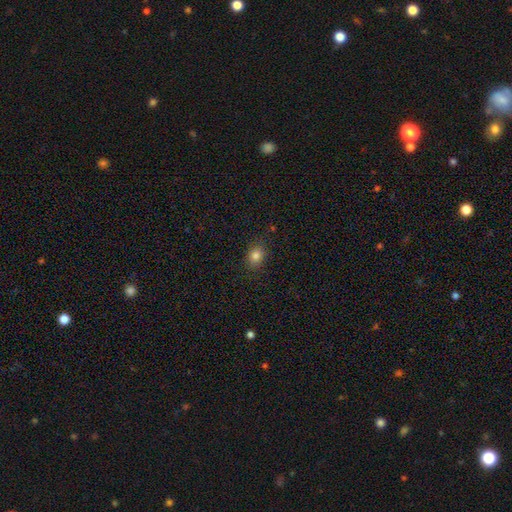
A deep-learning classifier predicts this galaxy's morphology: Smooth or featured: smooth — 82% (star or artifact — 12%)
How rounded: round — 50% (in between — 49%)
Merging: none — 86% (minor disturbance — 11%)